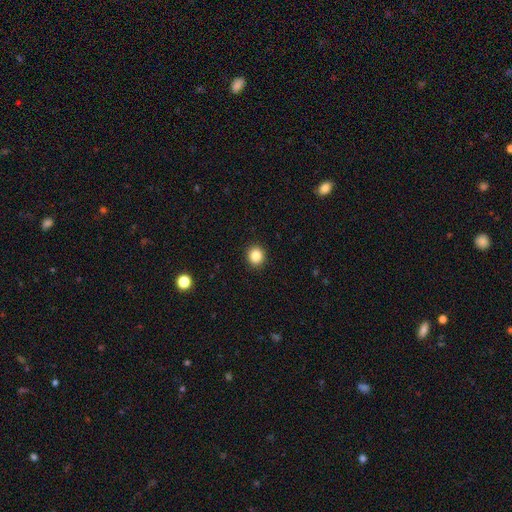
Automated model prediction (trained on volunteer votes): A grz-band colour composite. It shows a smooth galaxy with no disk features (86%) that is round (86%). Merging: none (92%).